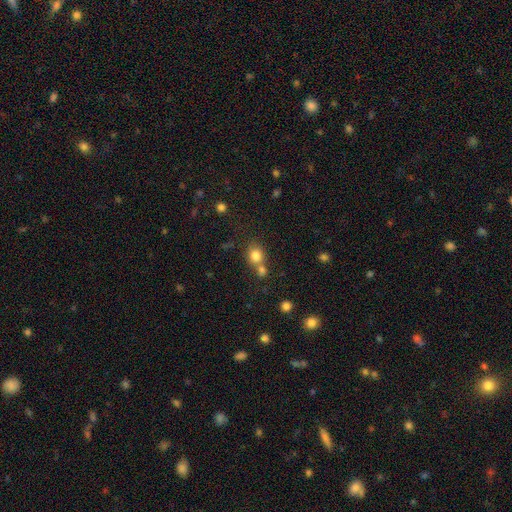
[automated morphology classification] smooth-or-featured: smooth: 80% | star or artifact: 12% | featured or disk: 8%
  how-rounded: round: 76% | in between: 23% | cigar-shaped: 1%
  merging: none: 50% | merger: 37% | minor disturbance: 9% | major disturbance: 3%